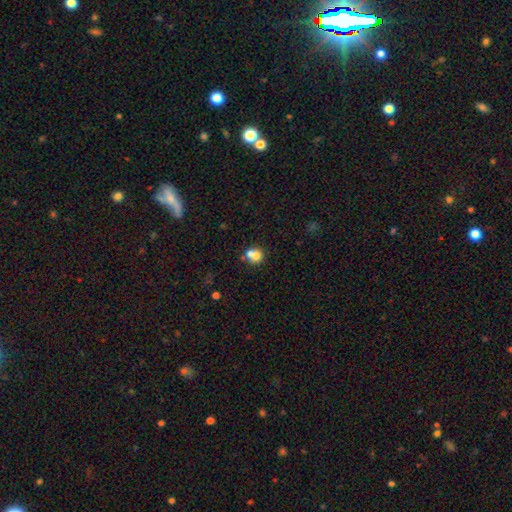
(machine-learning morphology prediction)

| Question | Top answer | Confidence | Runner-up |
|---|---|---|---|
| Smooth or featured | smooth | 71% | featured or disk (18%) |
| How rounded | round | 80% | in between (19%) |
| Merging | merger | 55% | none (35%) |